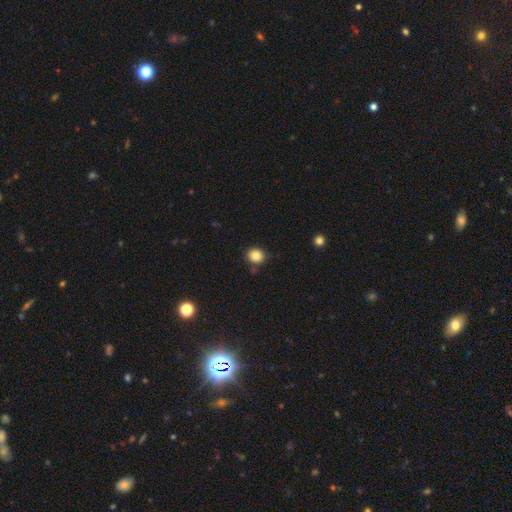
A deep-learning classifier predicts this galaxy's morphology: Smooth or featured? smooth (84%)
How rounded? round (77%)
Merging? none (82%)